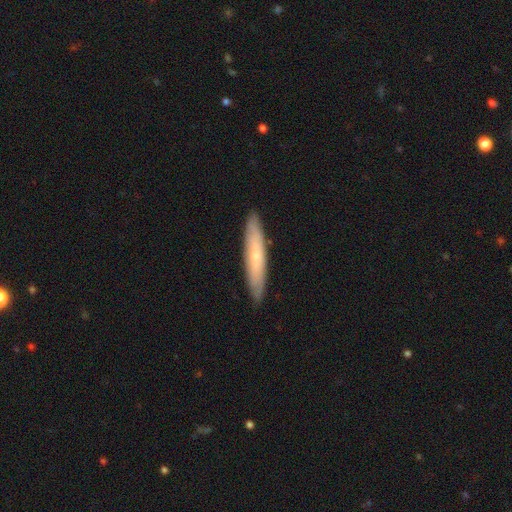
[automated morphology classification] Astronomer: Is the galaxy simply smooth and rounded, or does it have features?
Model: smooth — 54% (runner-up: featured or disk, 40%).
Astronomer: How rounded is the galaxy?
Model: cigar-shaped — 90%.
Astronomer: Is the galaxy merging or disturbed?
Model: none — 89%.